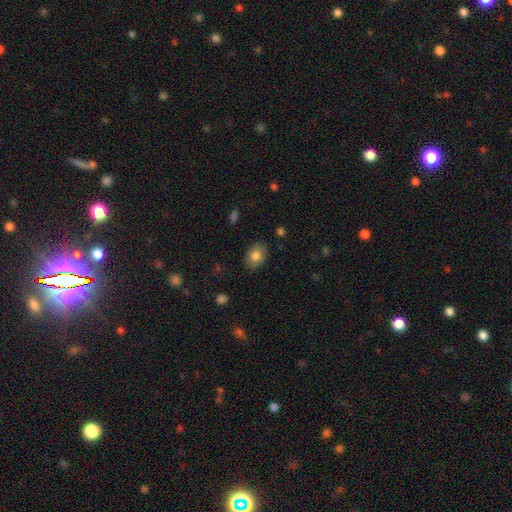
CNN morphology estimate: type=smooth (82%); roundness=in between (73%); merging=none (85%).